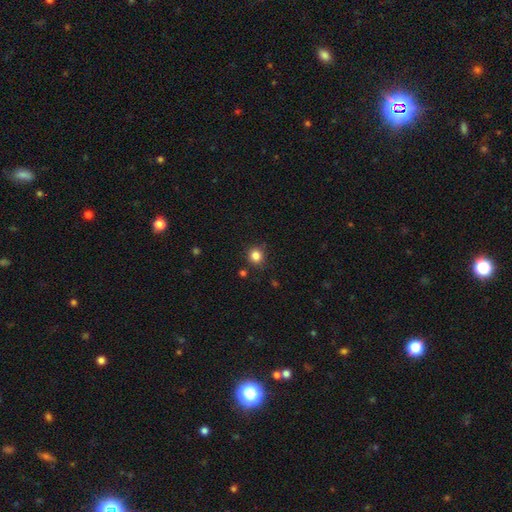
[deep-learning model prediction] The model was most divided on "smooth or featured": smooth: 84%, star or artifact: 12%, featured or disk: 4%. More confident: how rounded — round (91%); merging — none (86%).